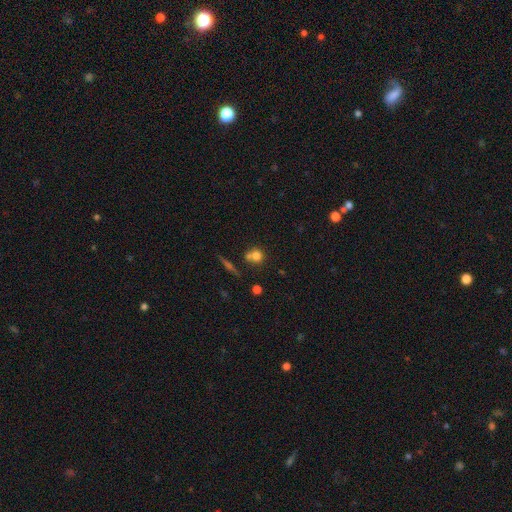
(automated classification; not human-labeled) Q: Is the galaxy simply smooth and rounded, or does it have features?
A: smooth — 75%.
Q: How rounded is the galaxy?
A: round — 80%.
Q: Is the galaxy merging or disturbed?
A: none — 53%.